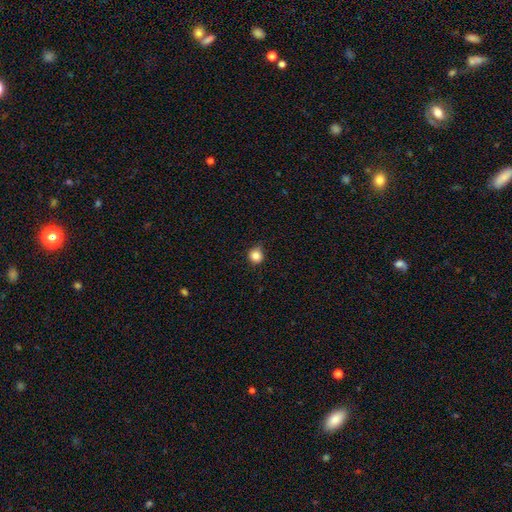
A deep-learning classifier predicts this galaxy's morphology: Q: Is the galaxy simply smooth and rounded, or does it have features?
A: smooth — 84%.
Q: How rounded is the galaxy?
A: round — 89%.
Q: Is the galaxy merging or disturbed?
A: none — 73%.